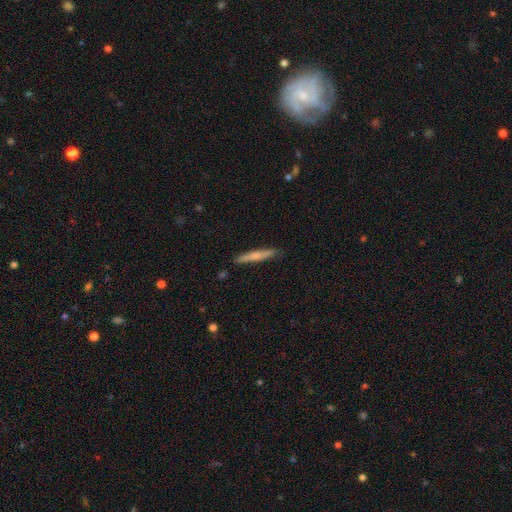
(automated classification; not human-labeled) This appears to be a smooth galaxy with no disk features (58%) that is cigar-shaped (95%). Merging: none (89%).